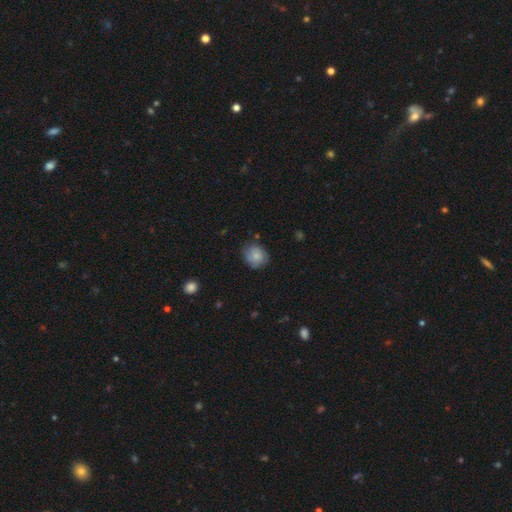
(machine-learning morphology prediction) A smooth galaxy with no disk features (71%) that is round (72%). Merging: none (72%).